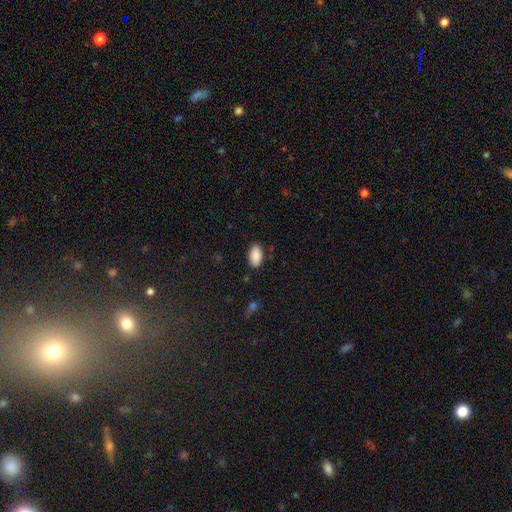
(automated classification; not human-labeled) Morphology: type=smooth (88%); roundness=in between (95%); merging=none (87%).